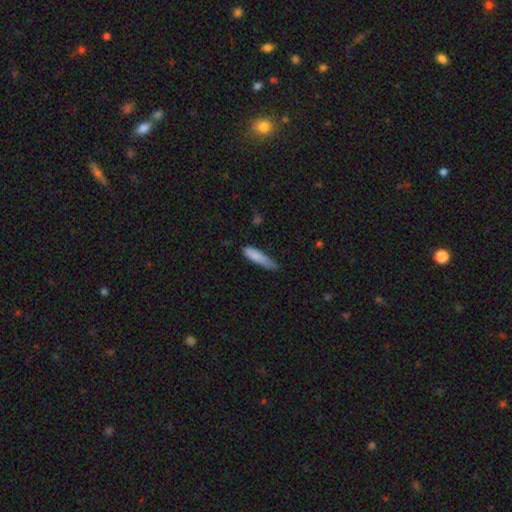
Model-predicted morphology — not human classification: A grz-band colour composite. It shows a smooth galaxy with no disk features (80%) that is cigar-shaped (69%). Merging: minor disturbance (44%).